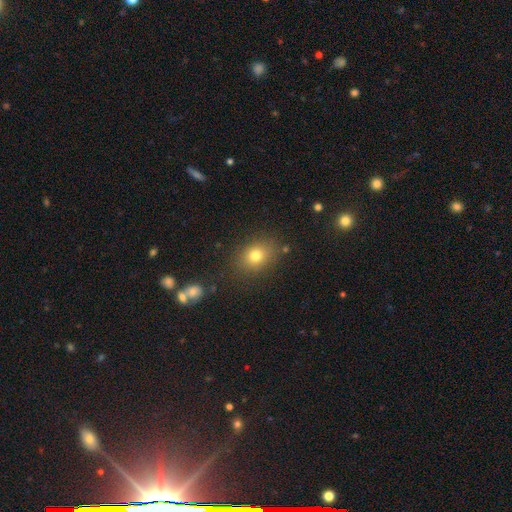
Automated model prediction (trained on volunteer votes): Smooth or featured? Predicted: smooth (p=0.76). How rounded? Predicted: in between (p=0.51). Merging? Predicted: none (p=0.81).